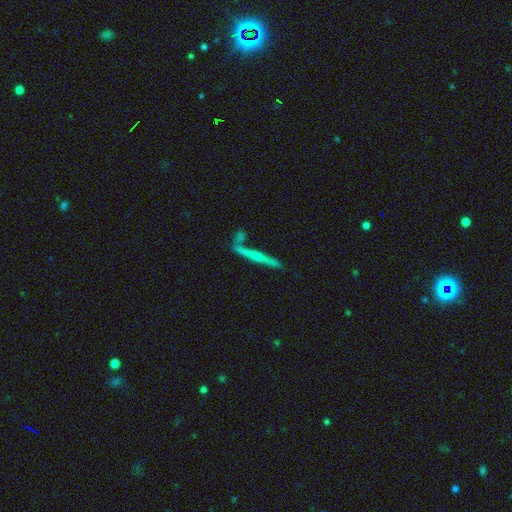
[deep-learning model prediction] smooth_or_featured: featured or disk (p=0.53) [alt: smooth p=0.40]
disk_edge_on: yes (p=0.96) [alt: no p=0.04]
edge_on_bulge: none (p=0.49) [alt: rounded p=0.41]
merging: none (p=0.74) [alt: merger p=0.12]